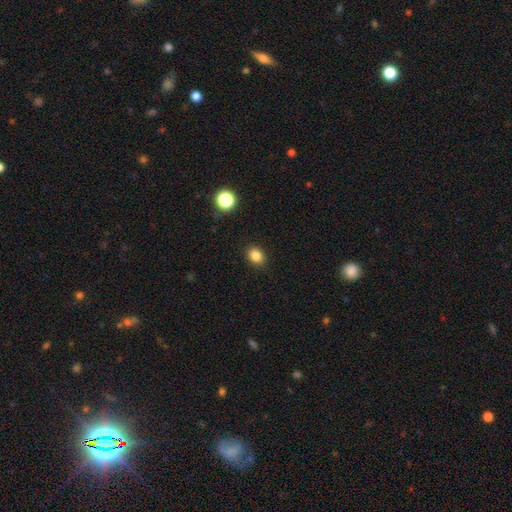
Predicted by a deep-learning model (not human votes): Smooth or featured?
  - smooth: 84% *
  - star or artifact: 11%
  - featured or disk: 5%
How rounded?
  - in between: 56% *
  - round: 43%
  - cigar-shaped: 1%
Merging?
  - none: 89% *
  - minor disturbance: 7%
  - major disturbance: 2%
  - merger: 1%